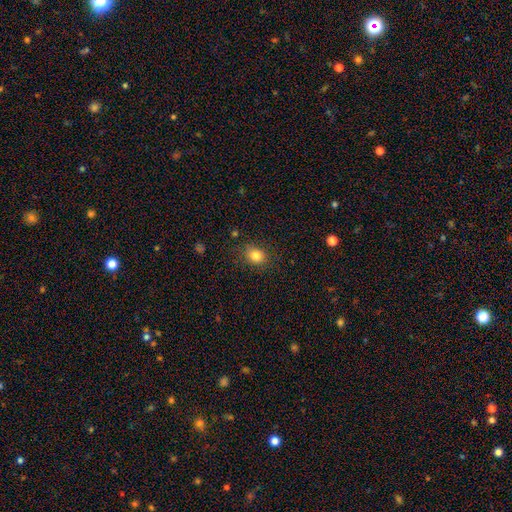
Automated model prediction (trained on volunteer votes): Q: Smooth or featured?
A: smooth (82%); runner-up: star or artifact (11%)
Q: How rounded?
A: round (52%); runner-up: in between (47%)
Q: Merging?
A: none (82%); runner-up: minor disturbance (13%)